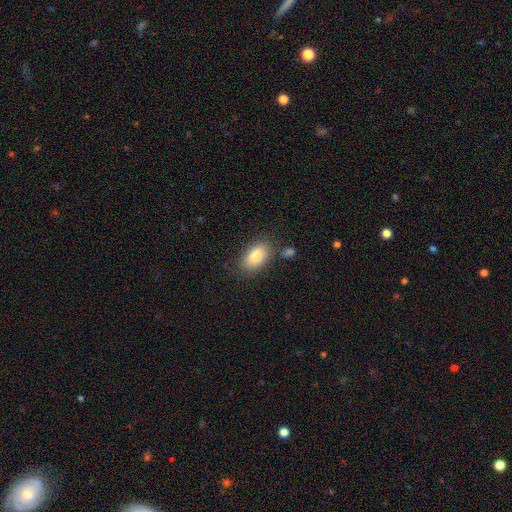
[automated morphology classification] type=smooth (84%); roundness=in between (93%); merging=none (77%).